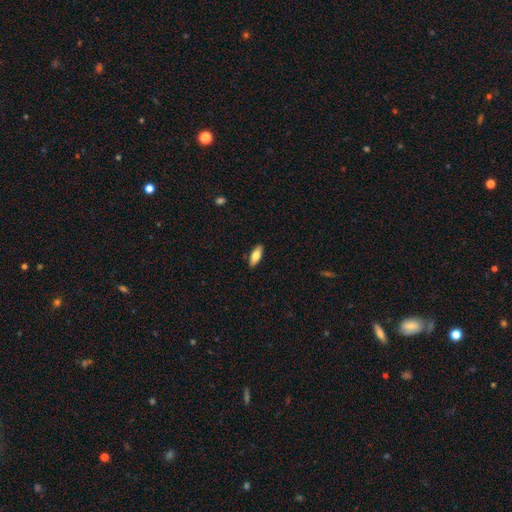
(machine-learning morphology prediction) Overall: smooth (73%). How rounded: in between (72%). Merging: none (89%).